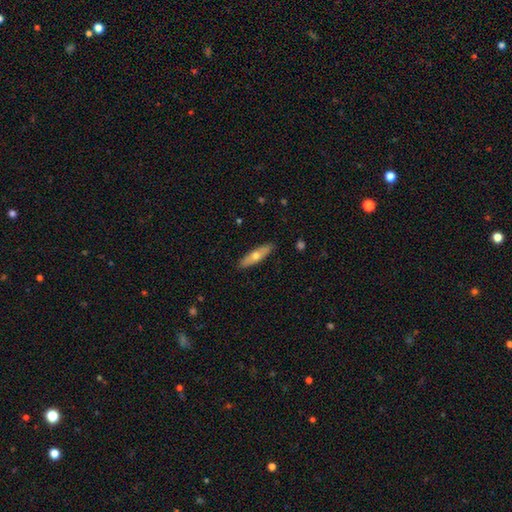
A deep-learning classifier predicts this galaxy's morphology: This is possibly a smooth galaxy (56%). How rounded: likely cigar-shaped (67%). Merging: clearly none (89%).